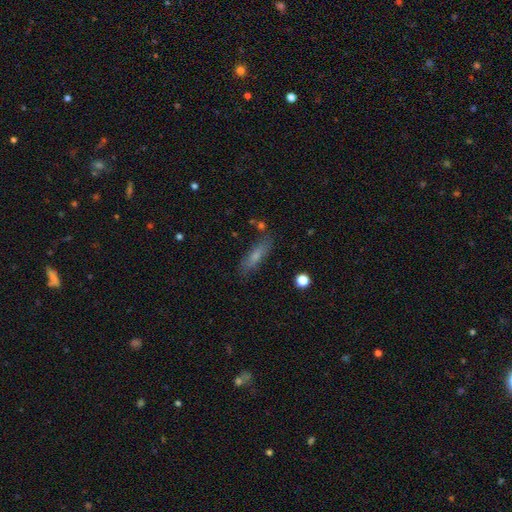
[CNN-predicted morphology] This is likely a smooth galaxy (64%). How rounded: likely cigar-shaped (64%). Merging: likely none (77%).